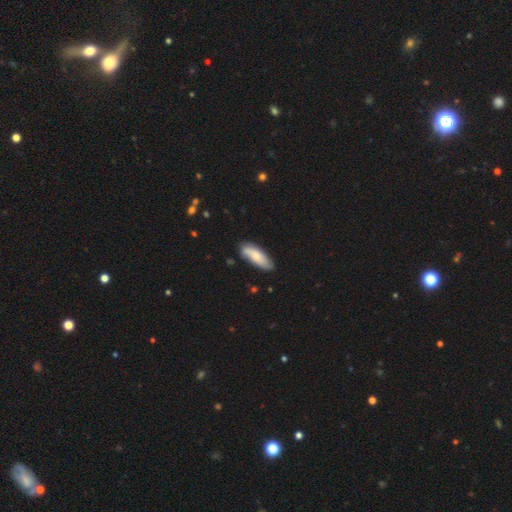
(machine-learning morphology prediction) smooth-or-featured: smooth: 68% | featured or disk: 27% | star or artifact: 6%
  how-rounded: in between: 63% | cigar-shaped: 35% | round: 2%
  merging: none: 74% | minor disturbance: 19% | major disturbance: 4% | merger: 3%